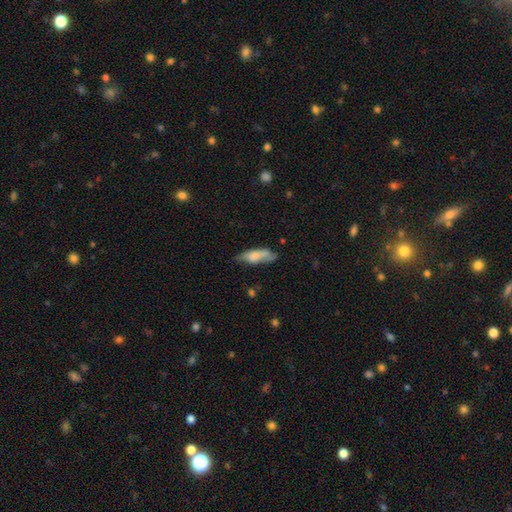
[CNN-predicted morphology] smooth_or_featured: smooth (p=0.67) [alt: featured or disk p=0.26]
how_rounded: in between (p=0.52) [alt: cigar-shaped p=0.46]
merging: none (p=0.48) [alt: minor disturbance p=0.32]